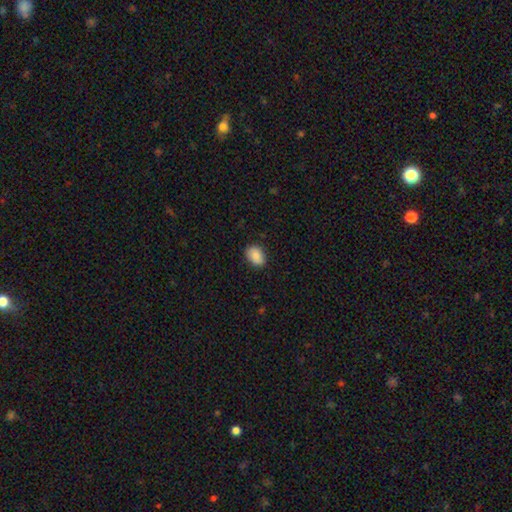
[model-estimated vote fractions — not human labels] Overall: smooth (85%). How rounded: in between (74%). Merging: none (86%).